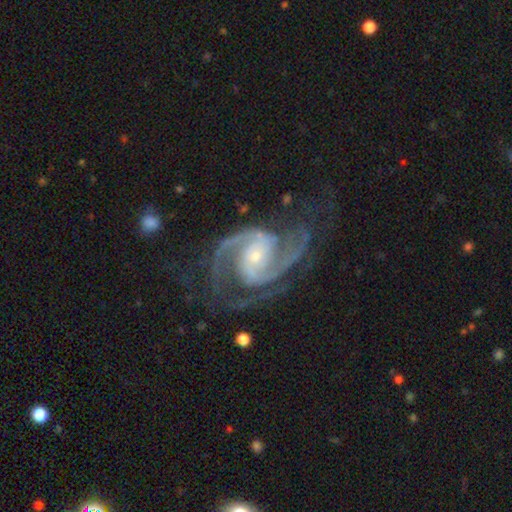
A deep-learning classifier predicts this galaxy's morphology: Smooth or featured? Predicted: featured or disk (p=0.93). Edge-on disk? Predicted: no (p=0.98). Bar? Predicted: no (p=0.50). Spiral arms? Predicted: yes (p=0.99). Spiral winding? Predicted: medium (p=0.59). Spiral arm count? Predicted: 2 (p=0.78). Bulge size? Predicted: small (p=0.65). Merging? Predicted: none (p=0.67).